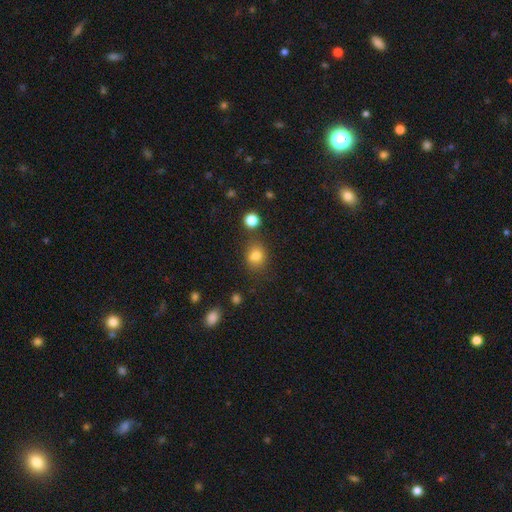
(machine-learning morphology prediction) Q: Smooth or featured?
A: smooth (79%); runner-up: star or artifact (13%)
Q: How rounded?
A: round (61%); runner-up: in between (38%)
Q: Merging?
A: none (68%); runner-up: minor disturbance (15%)